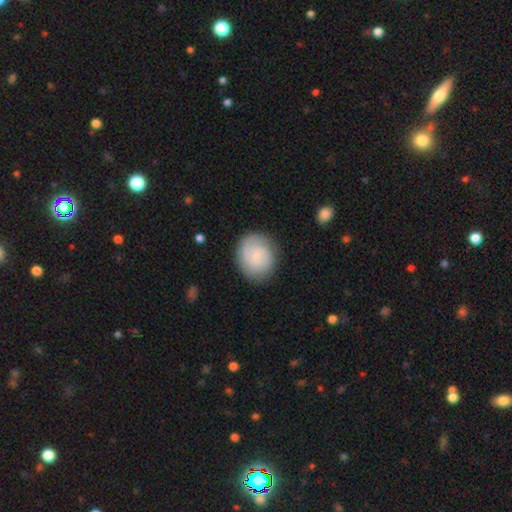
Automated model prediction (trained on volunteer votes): Smooth or featured: smooth — 51% (featured or disk — 42%)
How rounded: round — 72% (in between — 27%)
Merging: none — 81% (minor disturbance — 14%)